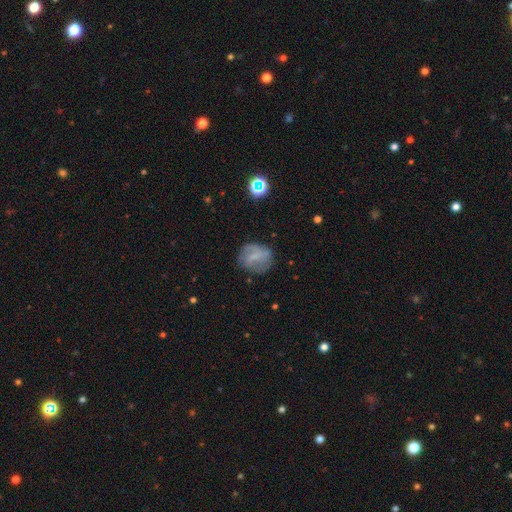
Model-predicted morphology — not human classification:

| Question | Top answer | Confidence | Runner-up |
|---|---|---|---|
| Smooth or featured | smooth | 55% | featured or disk (34%) |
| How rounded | round | 69% | in between (29%) |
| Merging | none | 68% | minor disturbance (20%) |